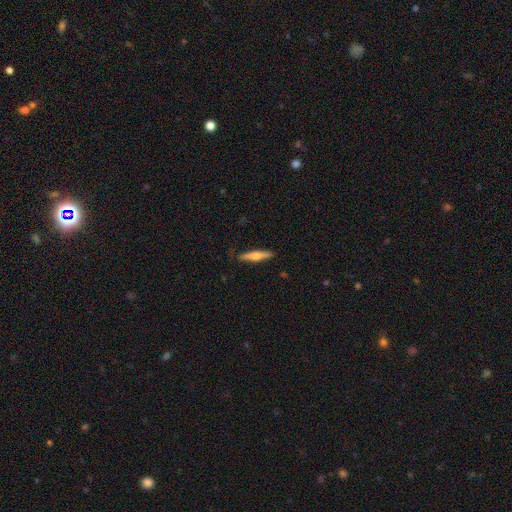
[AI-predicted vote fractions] A featured or disk galaxy (55%) viewed edge-on (96%) with a rounded central bulge (91%).

Vote fractions:
- Smooth or featured? featured or disk: 55% / smooth: 40% / star or artifact: 6%
- Edge-on disk? yes: 96% / no: 4%
- Edge-on bulge? rounded: 91% / none: 5% / boxy: 4%
- Merging? none: 88% / minor disturbance: 9% / major disturbance: 2% / merger: 1%